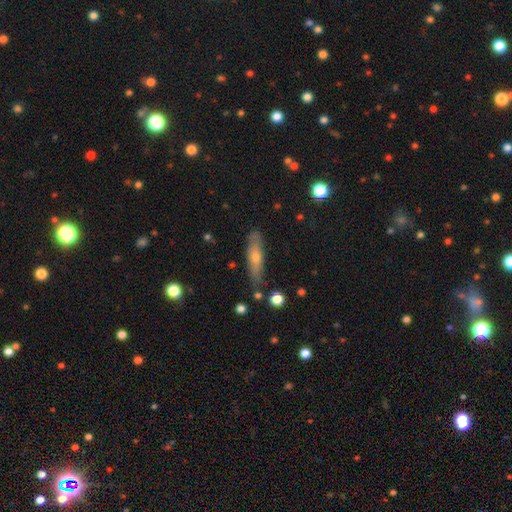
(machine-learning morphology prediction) smooth_or_featured: smooth (p=0.52) [alt: featured or disk p=0.39]
how_rounded: cigar-shaped (p=0.75) [alt: in between p=0.22]
merging: none (p=0.79) [alt: minor disturbance p=0.15]